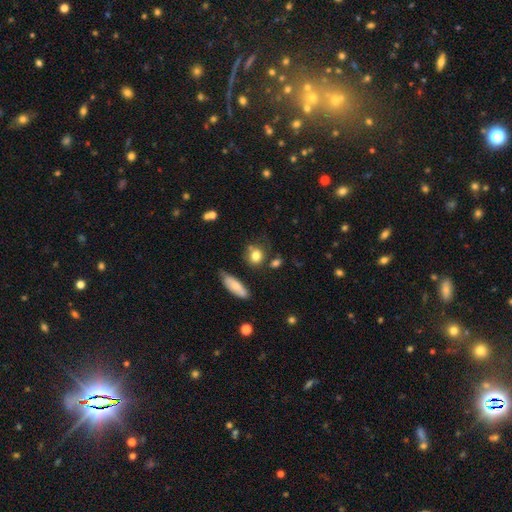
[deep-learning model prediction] Morphology: type=smooth (79%); roundness=round (68%); merging=none (65%).